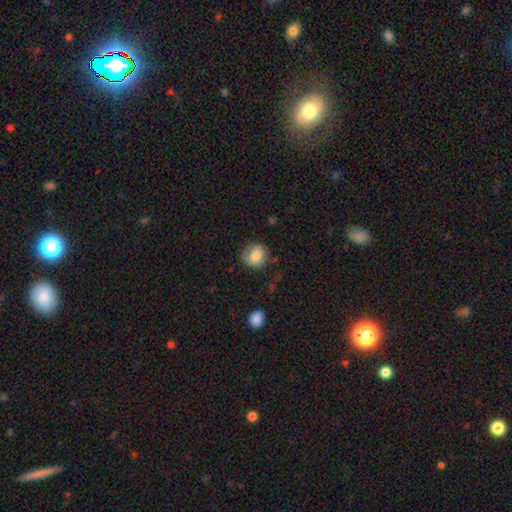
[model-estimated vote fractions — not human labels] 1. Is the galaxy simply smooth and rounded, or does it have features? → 77% smooth, 14% featured or disk, 8% star or artifact.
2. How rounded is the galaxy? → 77% round, 22% in between, 1% cigar-shaped.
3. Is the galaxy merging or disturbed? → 67% none, 23% minor disturbance, 8% major disturbance, 2% merger.